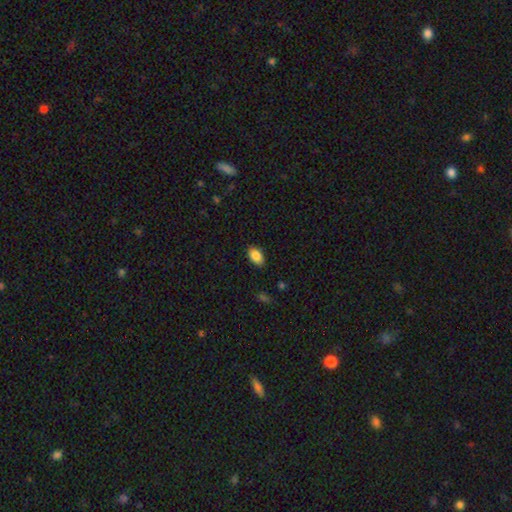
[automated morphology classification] A smooth galaxy with no disk features (88%) that is in between round and cigar-shaped (89%).

Vote fractions:
- Smooth or featured? smooth: 88% / star or artifact: 8% / featured or disk: 4%
- How rounded? in between: 89% / round: 10% / cigar-shaped: 1%
- Merging? none: 86% / minor disturbance: 10% / major disturbance: 2% / merger: 1%